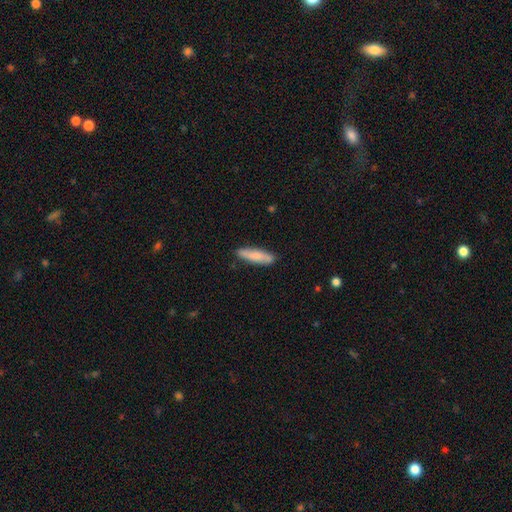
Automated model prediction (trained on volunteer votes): Smooth or featured?
  - smooth: 74% *
  - featured or disk: 20%
  - star or artifact: 6%
How rounded?
  - cigar-shaped: 77% *
  - in between: 22%
  - round: 2%
Merging?
  - none: 83% *
  - minor disturbance: 13%
  - major disturbance: 2%
  - merger: 2%